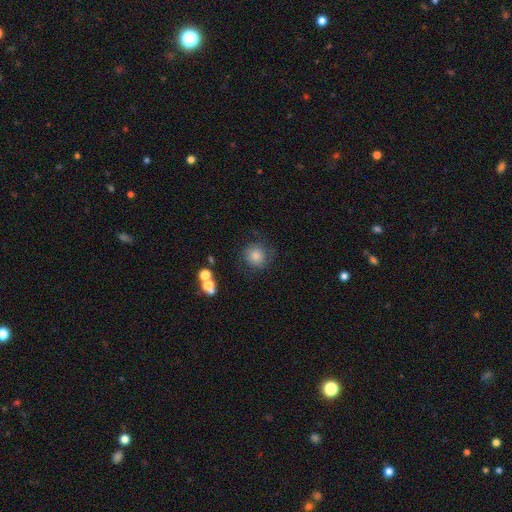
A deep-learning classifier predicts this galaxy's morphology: A smooth galaxy with no disk features (68%) that is round (90%).

Vote fractions:
- Smooth or featured? smooth: 68% / featured or disk: 19% / star or artifact: 14%
- How rounded? round: 90% / in between: 9% / cigar-shaped: 1%
- Merging? none: 74% / minor disturbance: 16% / major disturbance: 8% / merger: 2%